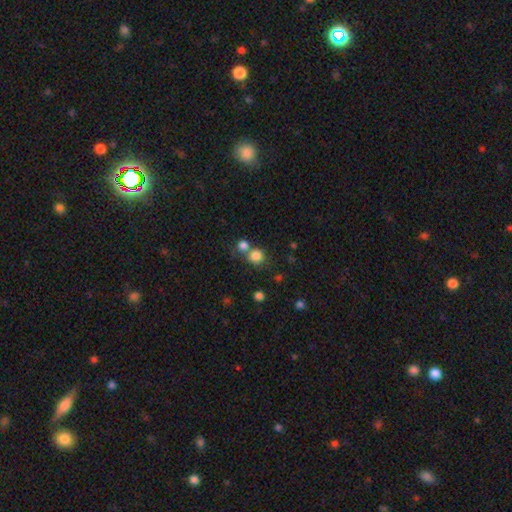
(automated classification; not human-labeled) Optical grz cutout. It shows a smooth galaxy with no disk features (82%) that is round (89%). Merging: none (58%).